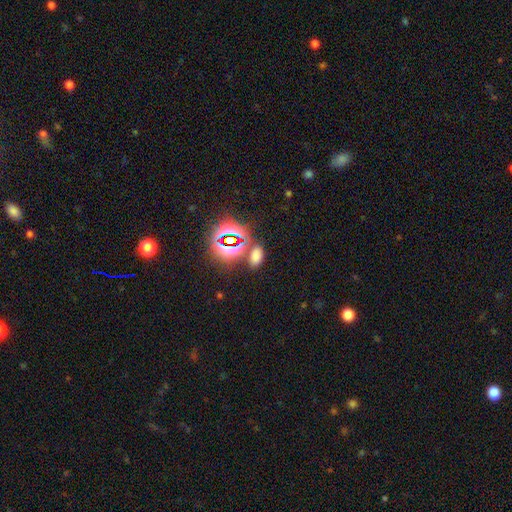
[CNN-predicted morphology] A smooth galaxy with no disk features (62%) that is in between round and cigar-shaped (86%).

Vote fractions:
- Smooth or featured? smooth: 62% / star or artifact: 32% / featured or disk: 6%
- How rounded? in between: 86% / round: 11% / cigar-shaped: 3%
- Merging? none: 72% / merger: 13% / minor disturbance: 10% / major disturbance: 4%